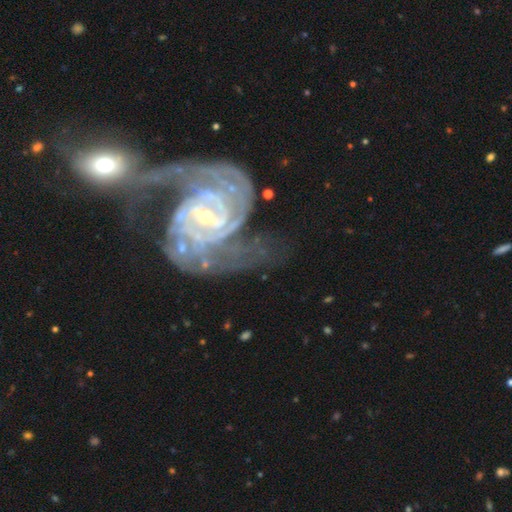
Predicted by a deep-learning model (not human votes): Morphology: type=featured or disk (90%); edge-on=no (97%); bar=weak (42%); spiral arms=yes (97%); winding=tight (61%); arm count=2 (38%); bulge=small (69%); merging=merger (36%).